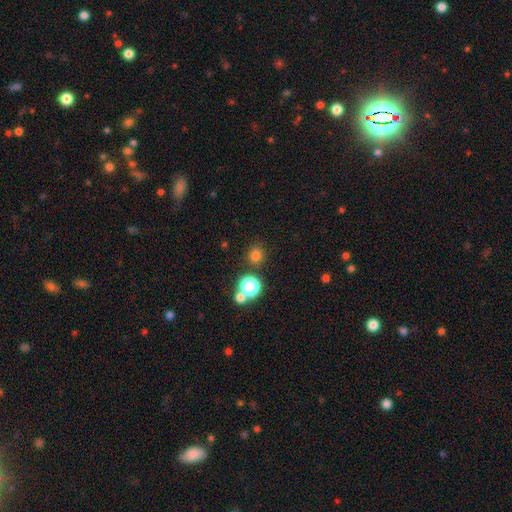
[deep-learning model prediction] smooth-or-featured: smooth: 75% | star or artifact: 19% | featured or disk: 5%
  how-rounded: round: 91% | in between: 8% | cigar-shaped: 1%
  merging: none: 82% | merger: 8% | minor disturbance: 7% | major disturbance: 3%